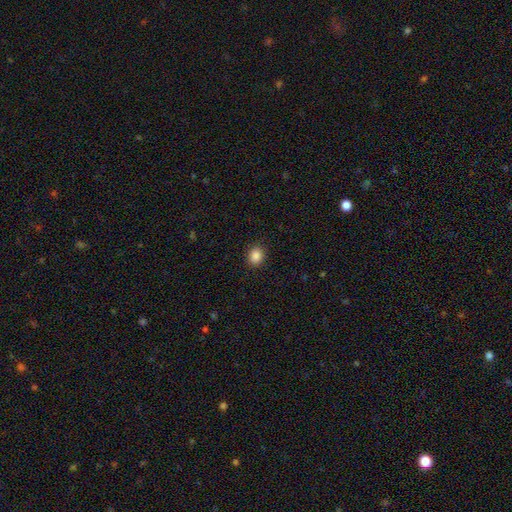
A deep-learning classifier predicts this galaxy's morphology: Smooth or featured? Predicted: smooth (p=0.87). How rounded? Predicted: round (p=0.62). Merging? Predicted: none (p=0.91).